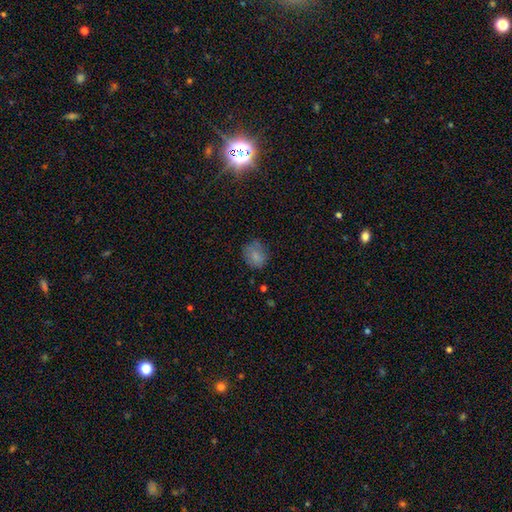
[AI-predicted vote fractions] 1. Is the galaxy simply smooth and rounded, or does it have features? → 81% smooth, 10% star or artifact, 9% featured or disk.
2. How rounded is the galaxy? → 61% round, 38% in between, 1% cigar-shaped.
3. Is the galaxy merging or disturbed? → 70% none, 22% minor disturbance, 6% major disturbance, 2% merger.